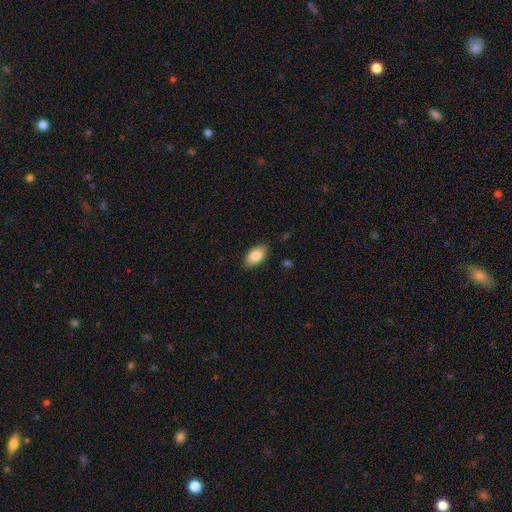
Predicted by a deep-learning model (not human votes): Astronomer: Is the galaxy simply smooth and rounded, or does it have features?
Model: smooth — 85%.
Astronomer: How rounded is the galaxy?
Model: in between — 93%.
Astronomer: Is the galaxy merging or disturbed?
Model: none — 86%.